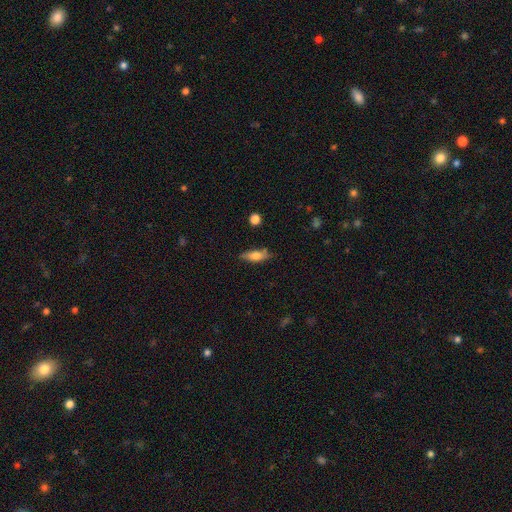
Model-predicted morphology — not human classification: Smooth or featured?
  - smooth: 62% *
  - featured or disk: 31%
  - star or artifact: 7%
How rounded?
  - in between: 49% *
  - cigar-shaped: 48%
  - round: 3%
Merging?
  - none: 77% *
  - minor disturbance: 16%
  - major disturbance: 3%
  - merger: 3%